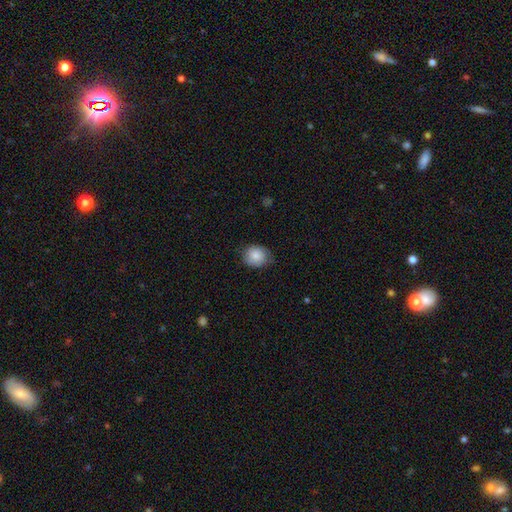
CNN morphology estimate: smooth_or_featured: smooth (p=0.84) [alt: featured or disk p=0.09]
how_rounded: round (p=0.70) [alt: in between p=0.29]
merging: none (p=0.73) [alt: minor disturbance p=0.22]